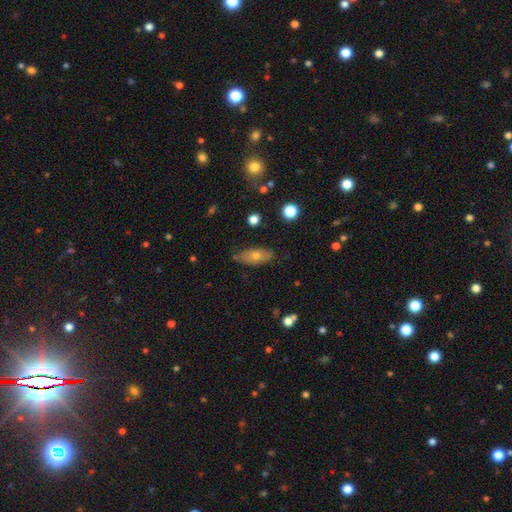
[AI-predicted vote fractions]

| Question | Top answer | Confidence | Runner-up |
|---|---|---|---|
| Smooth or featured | smooth | 55% | featured or disk (36%) |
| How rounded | in between | 74% | cigar-shaped (21%) |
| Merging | none | 78% | minor disturbance (17%) |